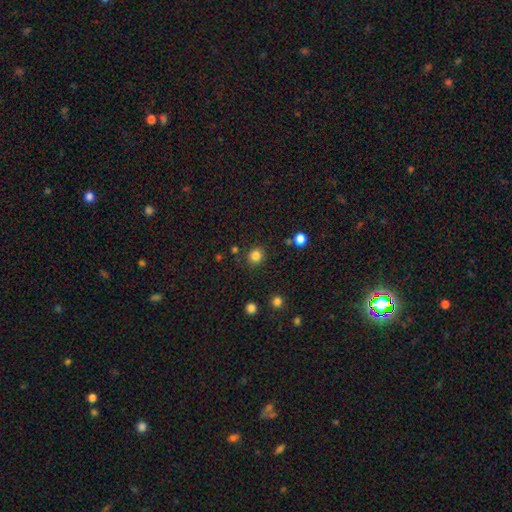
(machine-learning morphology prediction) Smooth or featured? smooth (83%)
How rounded? round (88%)
Merging? none (87%)